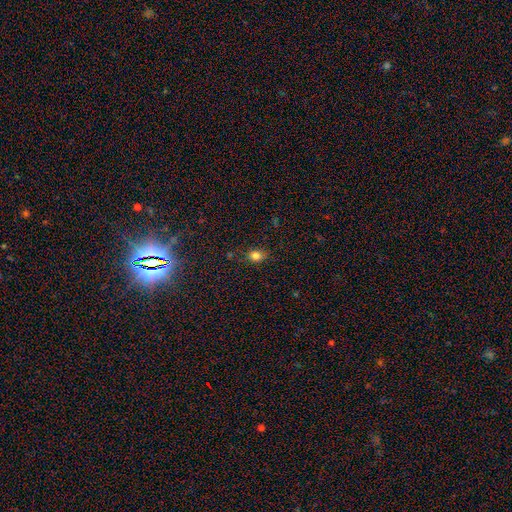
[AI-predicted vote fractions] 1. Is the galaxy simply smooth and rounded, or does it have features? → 81% smooth, 13% star or artifact, 6% featured or disk.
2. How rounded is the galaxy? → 57% in between, 41% round, 2% cigar-shaped.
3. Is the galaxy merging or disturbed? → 79% none, 16% minor disturbance, 3% major disturbance, 2% merger.